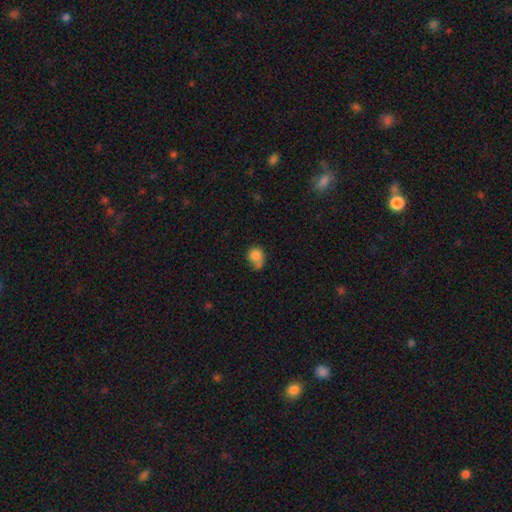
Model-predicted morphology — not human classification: This is clearly a smooth galaxy (81%). How rounded: likely round (73%). Merging: marginally none (42%).